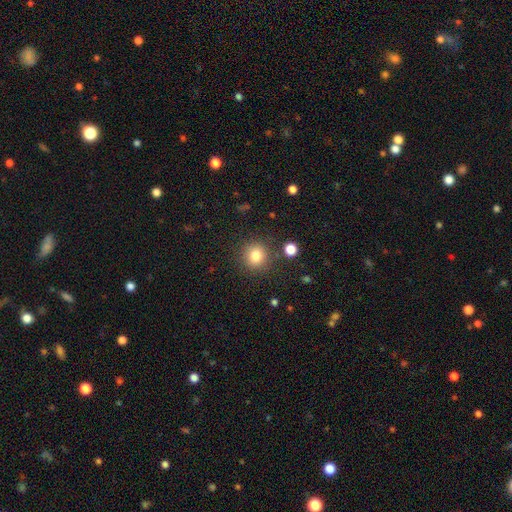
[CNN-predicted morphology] type=smooth (82%); roundness=round (89%); merging=none (86%).